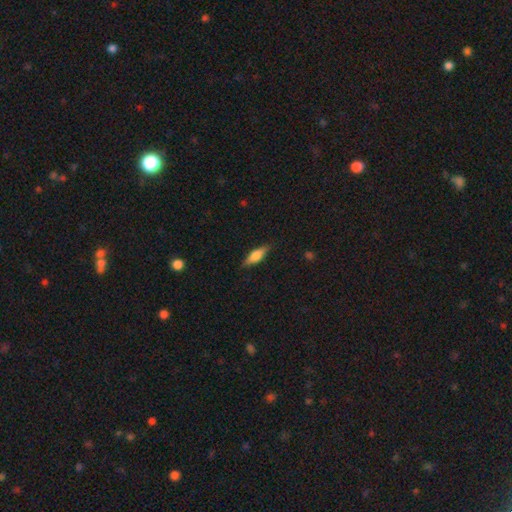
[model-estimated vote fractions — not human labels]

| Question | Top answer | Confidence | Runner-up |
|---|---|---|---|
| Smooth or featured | smooth | 65% | featured or disk (28%) |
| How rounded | in between | 53% | cigar-shaped (44%) |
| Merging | none | 84% | minor disturbance (12%) |